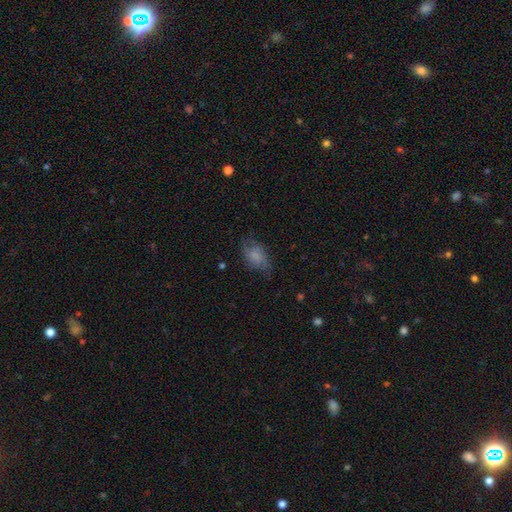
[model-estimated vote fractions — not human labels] Smooth or featured? smooth (64%)
How rounded? in between (87%)
Merging? none (57%)